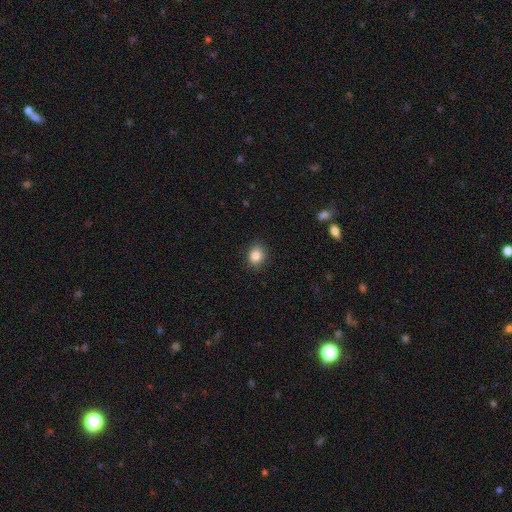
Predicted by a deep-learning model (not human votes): smooth-or-featured: smooth: 86% | star or artifact: 10% | featured or disk: 4%
  how-rounded: round: 65% | in between: 34% | cigar-shaped: 1%
  merging: none: 87% | minor disturbance: 9% | major disturbance: 2% | merger: 1%